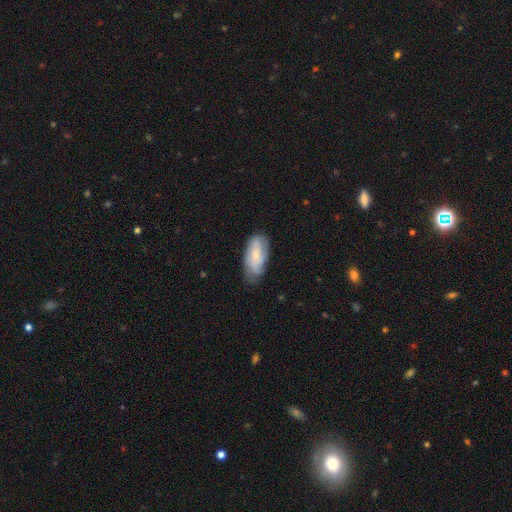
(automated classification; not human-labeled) The model was most divided on "smooth or featured": smooth: 60%, featured or disk: 34%, star or artifact: 6%. More confident: how rounded — in between (89%); merging — none (63%).